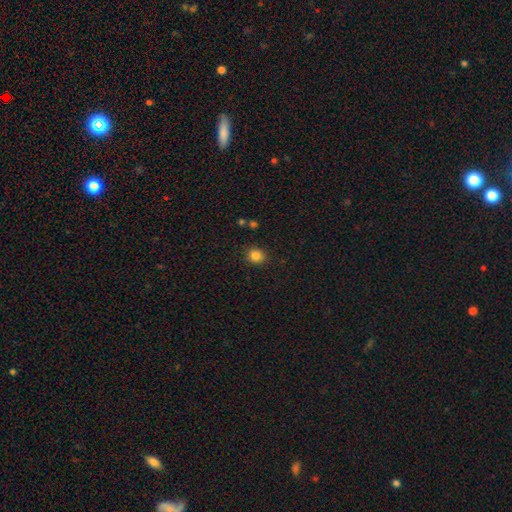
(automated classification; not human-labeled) smooth 84%, star or artifact 11%, featured or disk 4%. Down the decision tree: how rounded — round (80%); merging — none (88%).